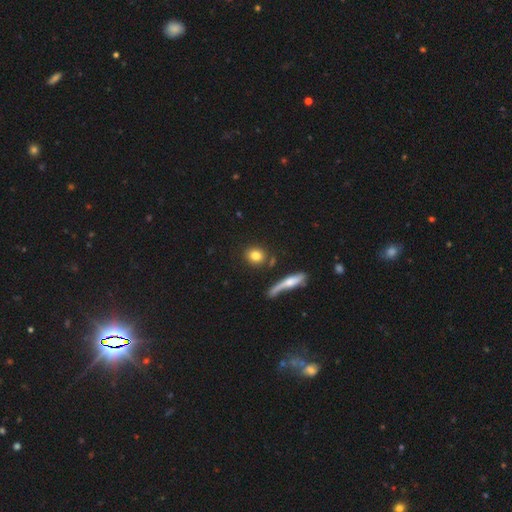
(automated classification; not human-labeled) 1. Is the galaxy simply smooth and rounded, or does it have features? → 80% smooth, 11% featured or disk, 9% star or artifact.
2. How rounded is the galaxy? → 68% round, 27% in between, 5% cigar-shaped.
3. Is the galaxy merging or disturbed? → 80% none, 9% minor disturbance, 8% merger, 4% major disturbance.